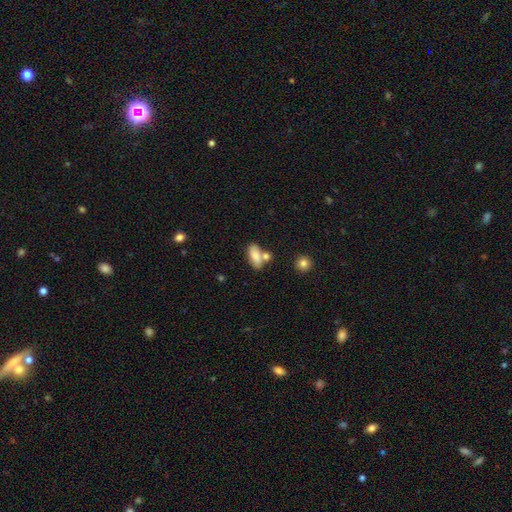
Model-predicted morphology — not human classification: A smooth galaxy with no disk features (81%) that is in between round and cigar-shaped (84%). Merging: none (53%).